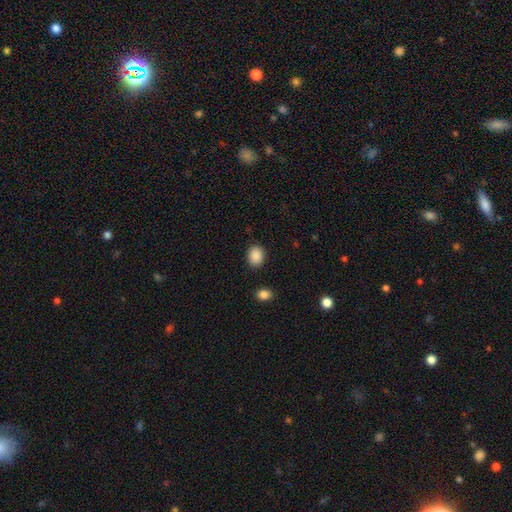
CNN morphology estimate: A smooth galaxy with no disk features (89%) that is round (53%). Merging: none (87%).